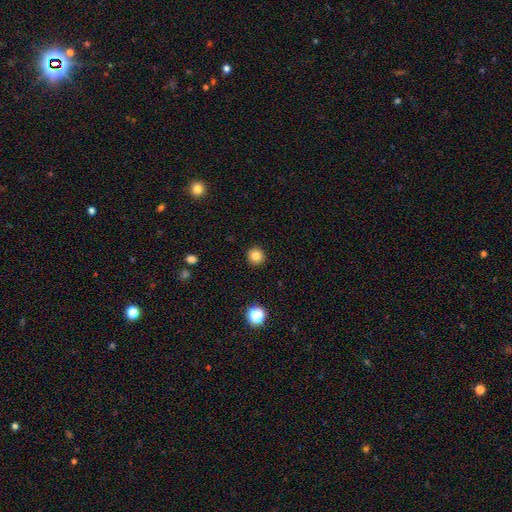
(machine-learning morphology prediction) A smooth galaxy with no disk features (83%) that is round (94%). Merging: none (93%).